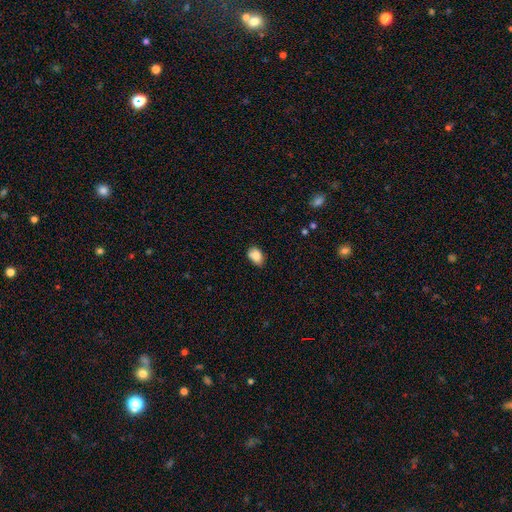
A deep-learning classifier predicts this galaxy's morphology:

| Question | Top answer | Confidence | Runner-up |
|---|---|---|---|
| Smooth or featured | smooth | 85% | star or artifact (8%) |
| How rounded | in between | 80% | round (18%) |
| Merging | none | 71% | minor disturbance (23%) |